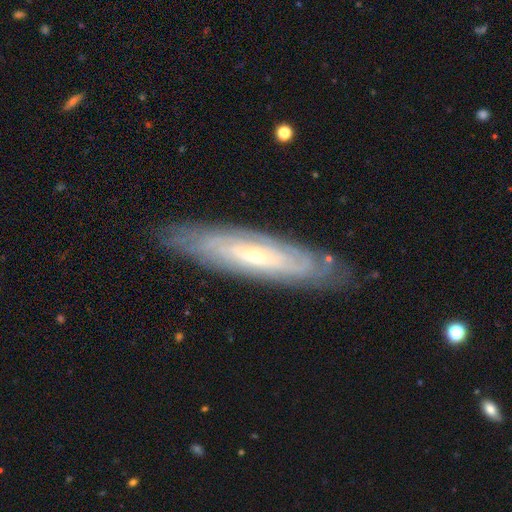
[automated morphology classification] Overall: featured or disk (77%). Edge-on disk: no (68%; yes 32%). Bar: no (69%). Spiral arms: yes (85%). Bulge size: small (77%). Merging: none (83%).